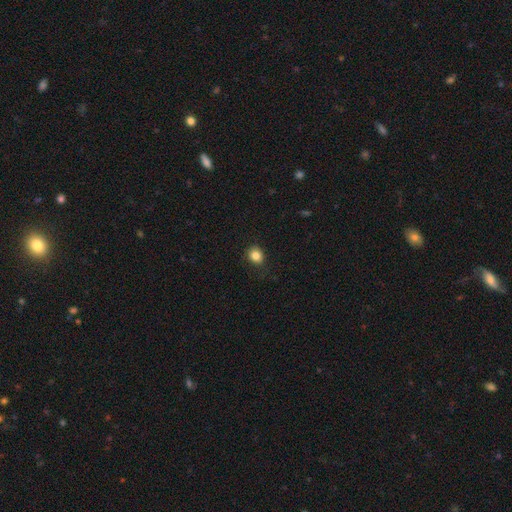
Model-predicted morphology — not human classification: smooth-or-featured: smooth: 84% | star or artifact: 11% | featured or disk: 5%
  how-rounded: round: 67% | in between: 32% | cigar-shaped: 1%
  merging: none: 83% | minor disturbance: 13% | major disturbance: 3% | merger: 1%